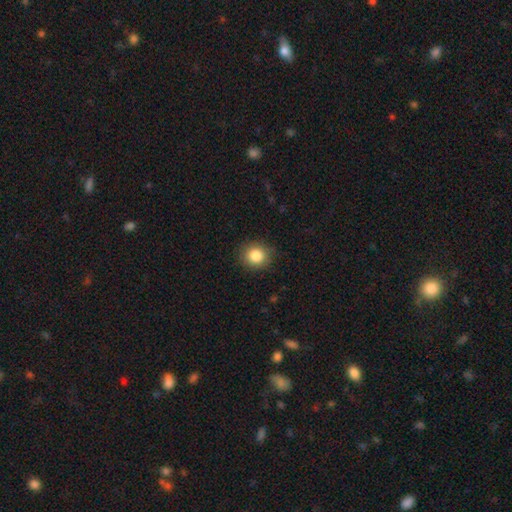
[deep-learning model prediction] Smooth or featured: smooth — 85% (star or artifact — 10%)
How rounded: round — 81% (in between — 18%)
Merging: none — 87% (minor disturbance — 9%)